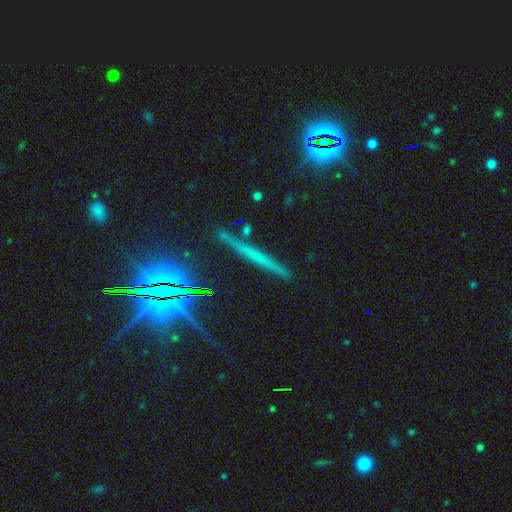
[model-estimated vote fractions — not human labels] This appears to be a featured or disk galaxy (44%). Merging: none (86%).